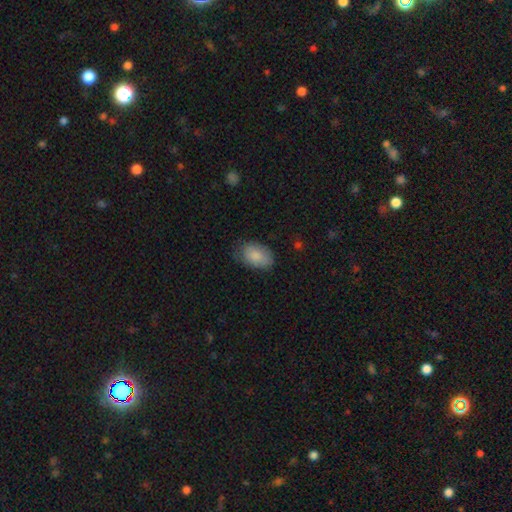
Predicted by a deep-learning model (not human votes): The model was most divided on "merging": none: 68%, minor disturbance: 25%, major disturbance: 6%, merger: 1%. More confident: how rounded — in between (89%); smooth or featured — smooth (84%).